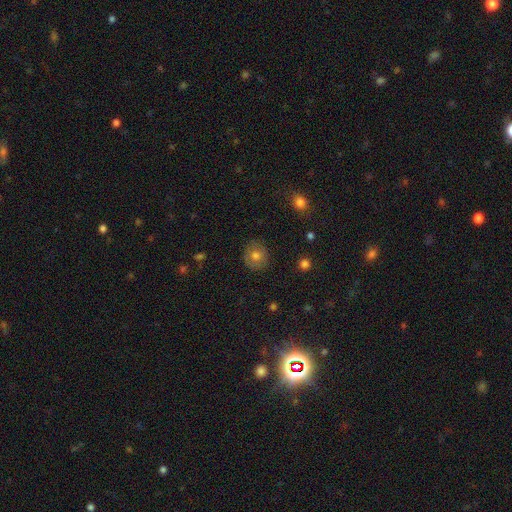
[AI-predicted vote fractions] smooth-or-featured: smooth: 74% | featured or disk: 16% | star or artifact: 10%
  how-rounded: round: 85% | in between: 14% | cigar-shaped: 1%
  merging: none: 85% | minor disturbance: 11% | major disturbance: 3% | merger: 1%